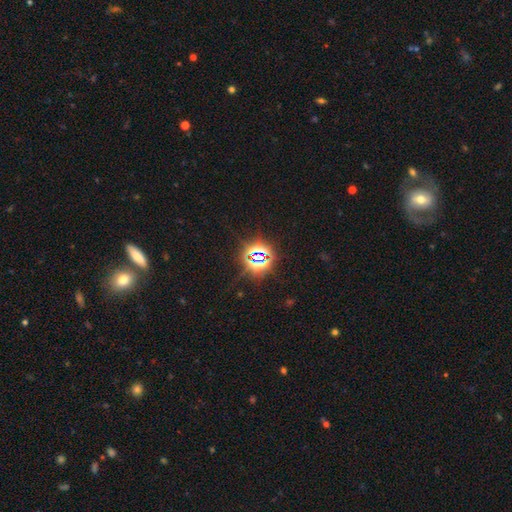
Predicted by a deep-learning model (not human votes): star or artifact 81%, smooth 11%, featured or disk 8%.